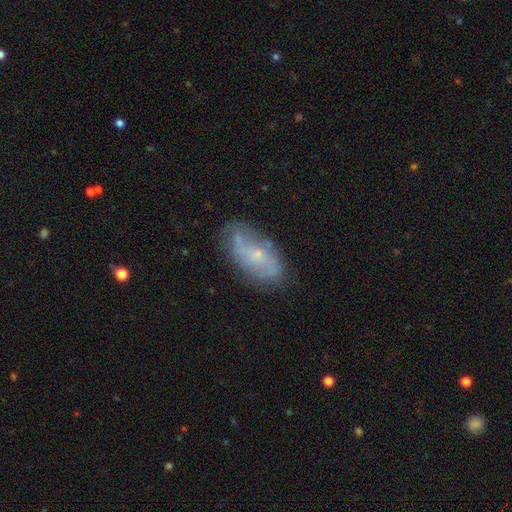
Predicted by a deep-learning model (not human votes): Smooth or featured? featured or disk (63%)
Edge-on disk? no (93%)
Bar? no (65%)
Spiral arms? yes (77%)
Bulge size? small (72%)
Merging? none (69%)